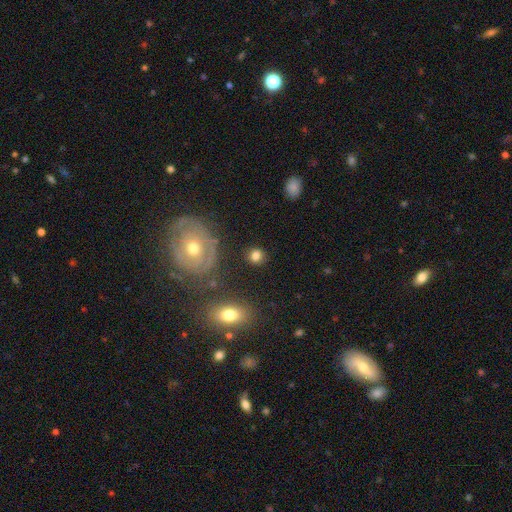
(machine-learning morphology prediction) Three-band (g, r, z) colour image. It shows a smooth galaxy with no disk features (76%) that is round (83%). Merging: none (83%).